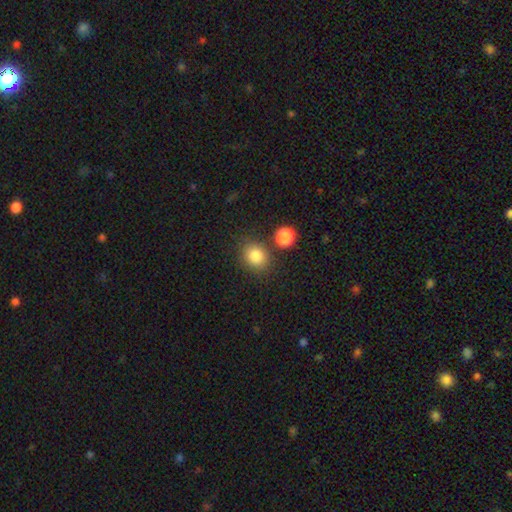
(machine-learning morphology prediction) This appears to be a smooth galaxy with no disk features (83%) that is round (66%). Merging: none (78%).